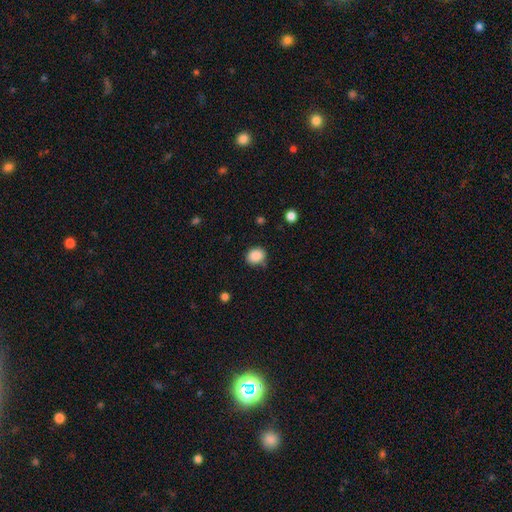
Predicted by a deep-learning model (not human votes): Smooth or featured?
  - smooth: 88% *
  - star or artifact: 9%
  - featured or disk: 3%
How rounded?
  - round: 57% *
  - in between: 42%
  - cigar-shaped: 1%
Merging?
  - none: 80% *
  - minor disturbance: 14%
  - major disturbance: 4%
  - merger: 3%